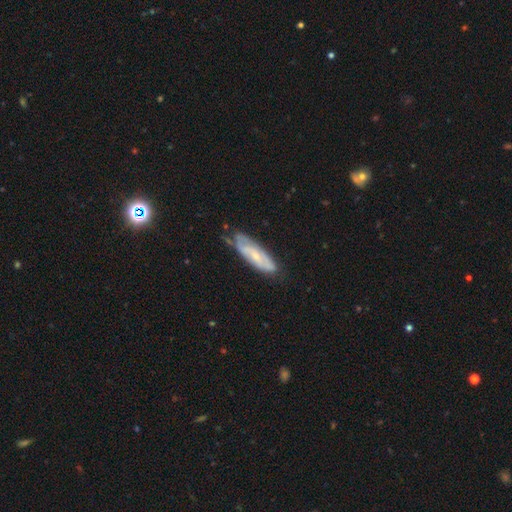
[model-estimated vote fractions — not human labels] The model was most divided on "smooth or featured": featured or disk: 56%, smooth: 37%, star or artifact: 7%. More confident: edge-on disk — no (74%); merging — none (60%).